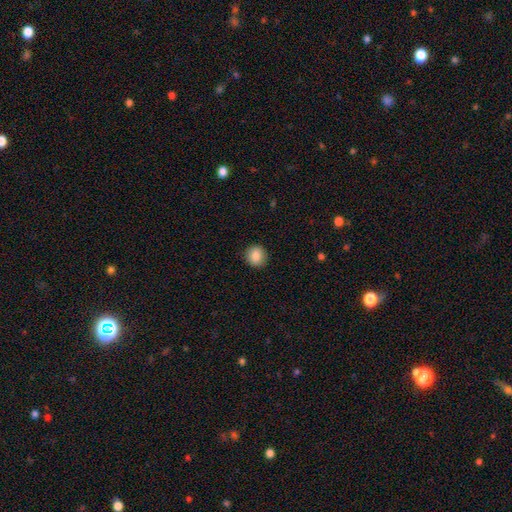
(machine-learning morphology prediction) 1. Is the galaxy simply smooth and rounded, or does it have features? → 87% smooth, 9% star or artifact, 5% featured or disk.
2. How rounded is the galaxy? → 88% round, 11% in between, 1% cigar-shaped.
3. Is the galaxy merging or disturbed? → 91% none, 6% minor disturbance, 2% major disturbance, 1% merger.